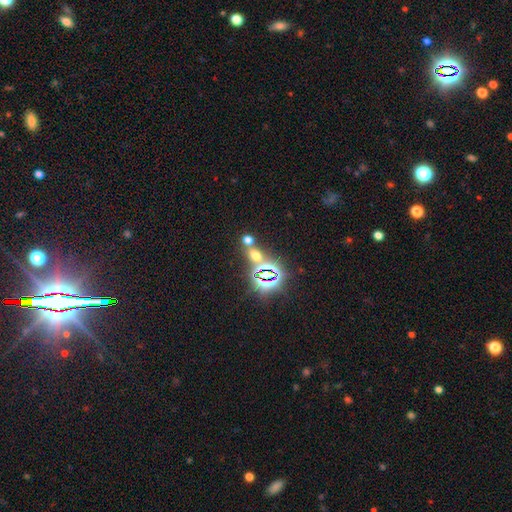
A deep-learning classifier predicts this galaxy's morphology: Smooth or featured: star or artifact — 50% (smooth — 40%)